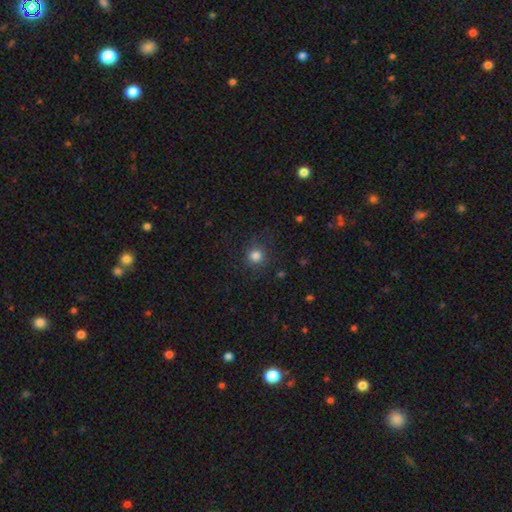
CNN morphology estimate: type=smooth (81%); roundness=round (91%); merging=none (84%).